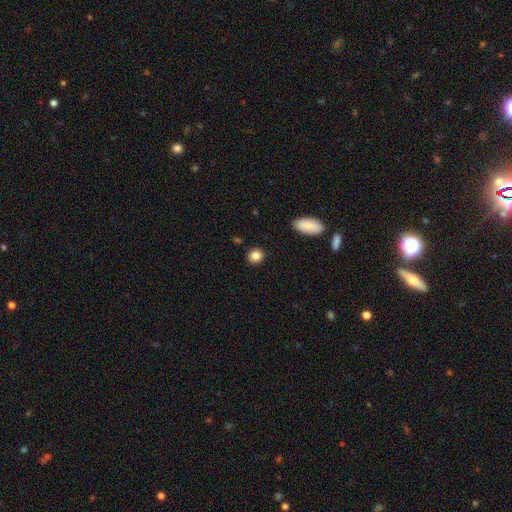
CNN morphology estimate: smooth-or-featured: smooth: 85% | star or artifact: 10% | featured or disk: 5%
  how-rounded: round: 82% | in between: 17% | cigar-shaped: 1%
  merging: none: 89% | minor disturbance: 7% | major disturbance: 2% | merger: 2%